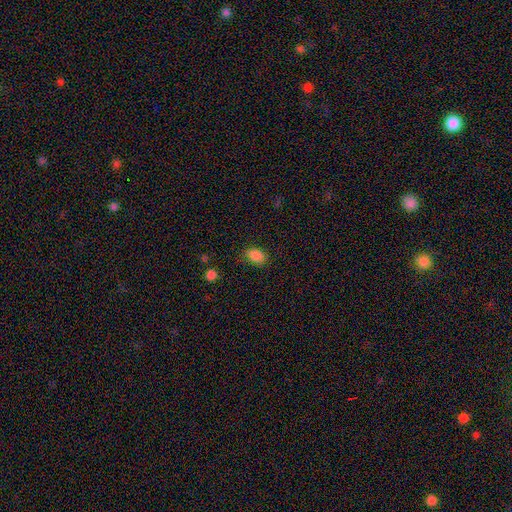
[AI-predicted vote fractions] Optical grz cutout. It shows a smooth galaxy with no disk features (86%) that is in between round and cigar-shaped (80%). Merging: none (76%).